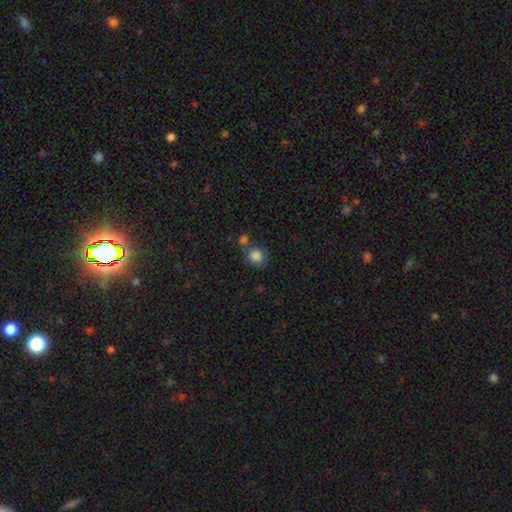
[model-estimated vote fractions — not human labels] A smooth galaxy with no disk features (85%) that is round (78%).

Vote fractions:
- Smooth or featured? smooth: 85% / star or artifact: 10% / featured or disk: 5%
- How rounded? round: 78% / in between: 21% / cigar-shaped: 1%
- Merging? none: 59% / merger: 21% / minor disturbance: 14% / major disturbance: 5%